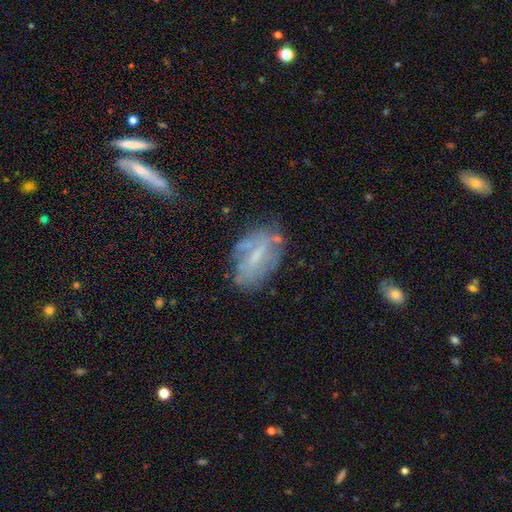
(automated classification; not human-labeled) A featured or disk galaxy (56%) with a weak bar (46%), no spiral arms (52%) and a small central bulge (43%).

Vote fractions:
- Smooth or featured? featured or disk: 56% / smooth: 34% / star or artifact: 9%
- Edge-on disk? no: 93% / yes: 7%
- Bar? weak: 46% / no: 34% / strong: 20%
- Spiral arms? no: 52% / yes: 48%
- Bulge size? small: 43% / none: 30% / moderate: 24% / large: 2% / dominant: 1%
- Merging? none: 56% / minor disturbance: 26% / major disturbance: 13% / merger: 5%